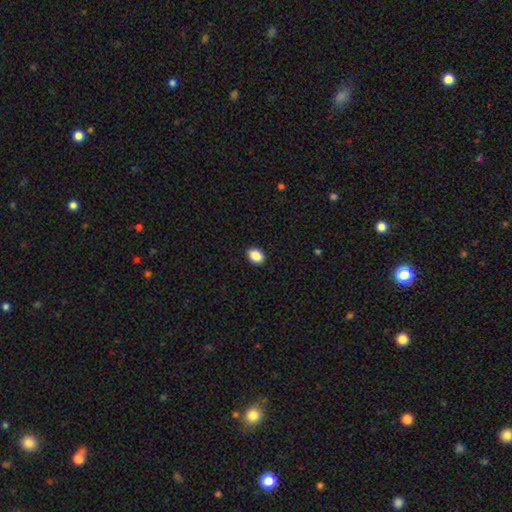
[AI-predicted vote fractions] Smooth or featured? Predicted: smooth (p=0.88). How rounded? Predicted: in between (p=0.63). Merging? Predicted: none (p=0.91).